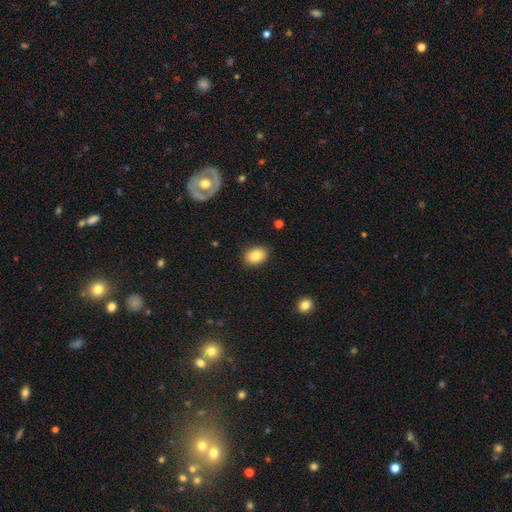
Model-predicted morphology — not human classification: This is clearly a smooth galaxy (85%). How rounded: likely in between (73%). Merging: clearly none (87%).